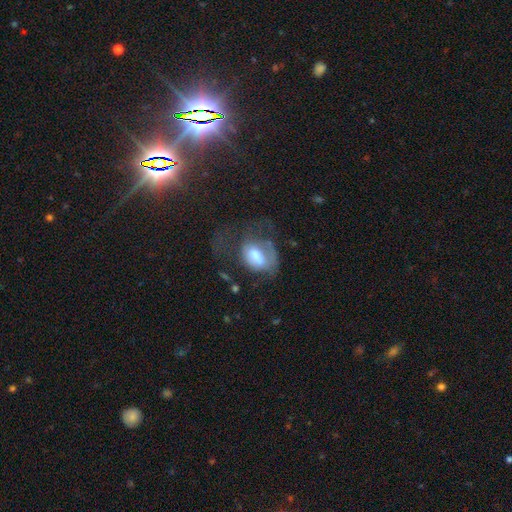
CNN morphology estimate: Overall: smooth (49%; featured or disk 41%). Merging: major disturbance (52%; none 24%).